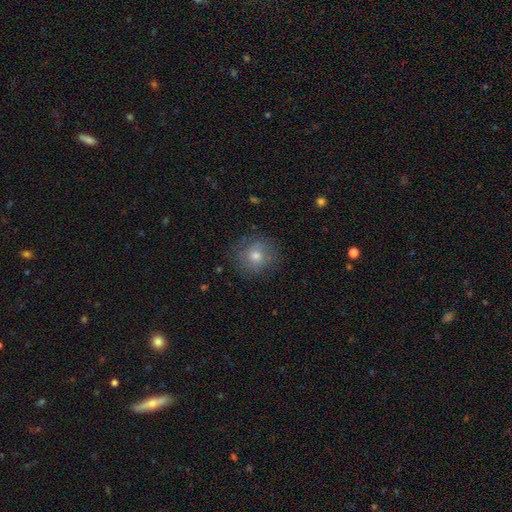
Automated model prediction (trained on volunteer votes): Overall: smooth (61%; featured or disk 25%). How rounded: round (88%). Merging: none (78%).